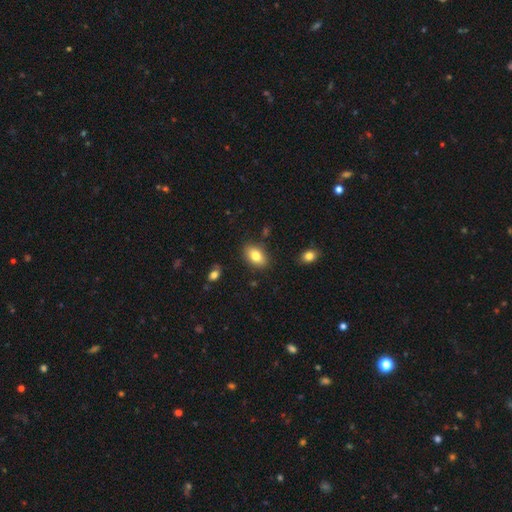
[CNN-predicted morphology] Overall: smooth (80%). How rounded: in between (88%). Merging: none (85%).